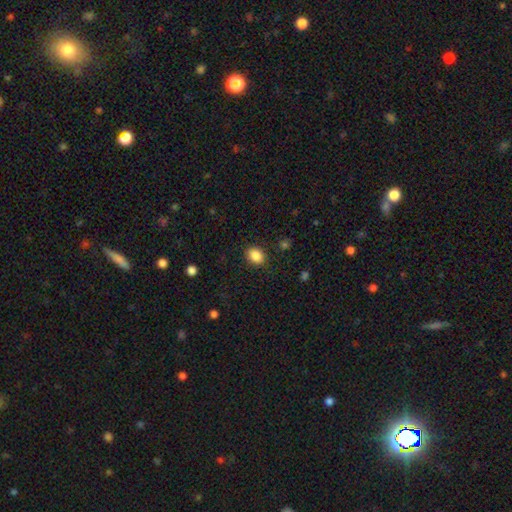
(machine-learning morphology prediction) type=smooth (87%); roundness=in between (60%); merging=none (88%).